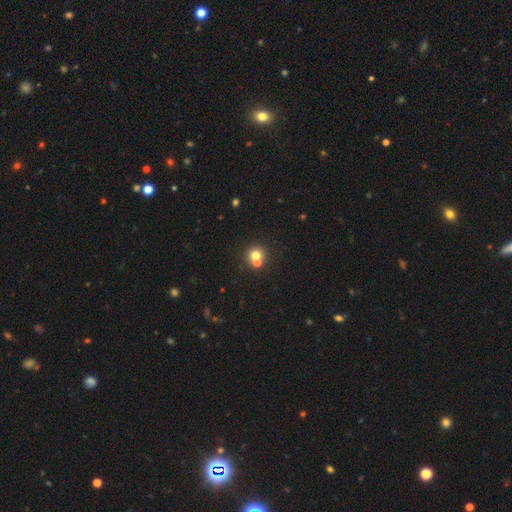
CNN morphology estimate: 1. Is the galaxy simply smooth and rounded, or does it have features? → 71% smooth, 15% star or artifact, 14% featured or disk.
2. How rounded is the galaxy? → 89% round, 11% in between, 1% cigar-shaped.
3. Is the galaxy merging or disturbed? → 54% none, 37% merger, 6% minor disturbance, 3% major disturbance.